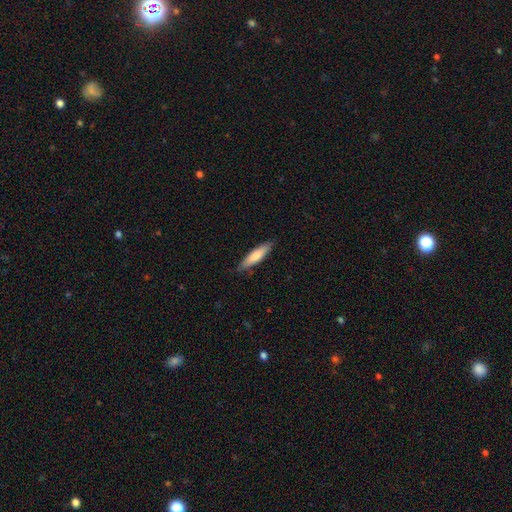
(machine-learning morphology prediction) This is likely a smooth galaxy (74%). How rounded: likely cigar-shaped (76%). Merging: clearly none (84%).